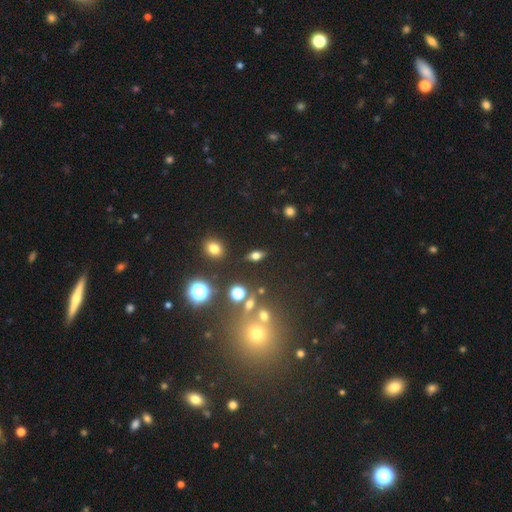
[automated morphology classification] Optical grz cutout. It shows a smooth galaxy with no disk features (61%) that is in between round and cigar-shaped (72%). Merging: none (83%).